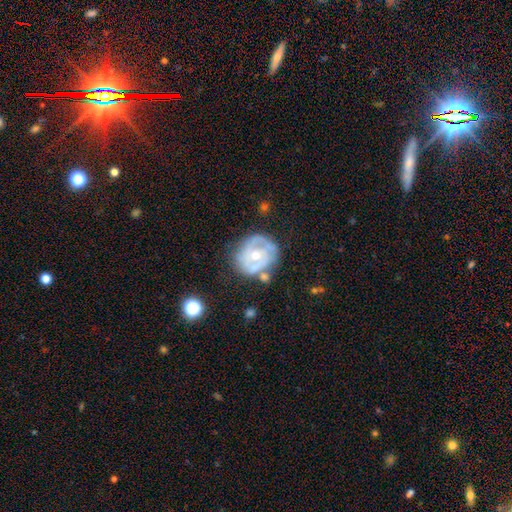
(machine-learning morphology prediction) Q: Smooth or featured?
A: featured or disk (72%); runner-up: smooth (22%)
Q: Edge-on disk?
A: no (97%); runner-up: yes (3%)
Q: Bar?
A: no (68%); runner-up: weak (24%)
Q: Spiral arms?
A: yes (68%); runner-up: no (32%)
Q: Bulge size?
A: moderate (55%); runner-up: small (41%)
Q: Merging?
A: none (57%); runner-up: minor disturbance (24%)